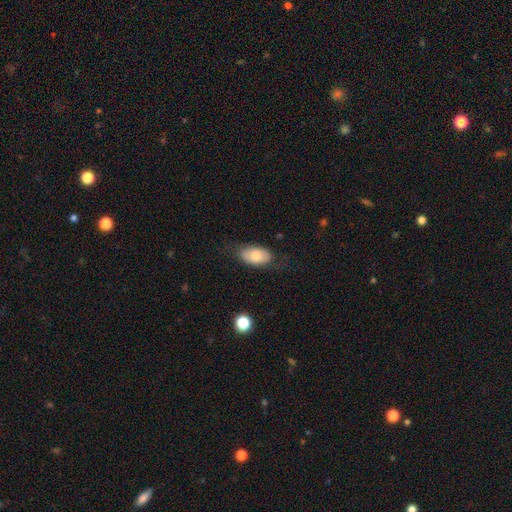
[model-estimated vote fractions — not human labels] The model was most divided on "merging": none: 73%, minor disturbance: 19%, major disturbance: 7%, merger: 1%. More confident: how rounded — in between (94%); smooth or featured — smooth (76%).